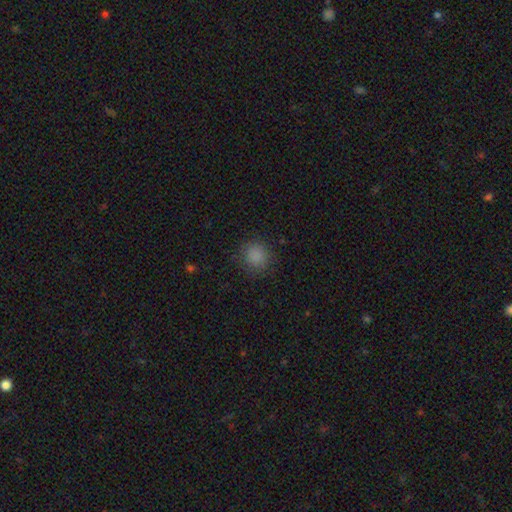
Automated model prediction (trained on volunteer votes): Smooth or featured? smooth (85%)
How rounded? round (88%)
Merging? none (85%)